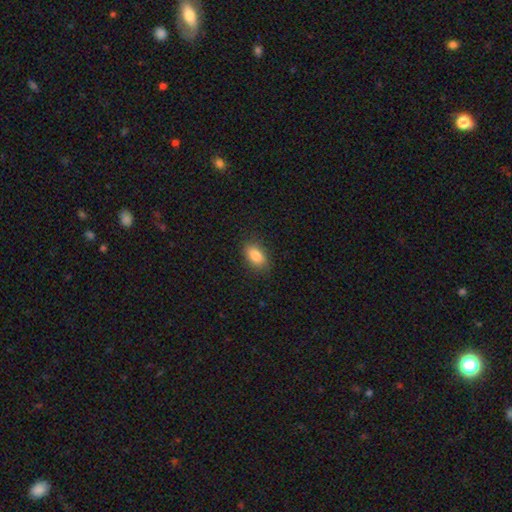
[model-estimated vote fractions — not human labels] Smooth or featured? smooth (84%)
How rounded? in between (88%)
Merging? none (86%)